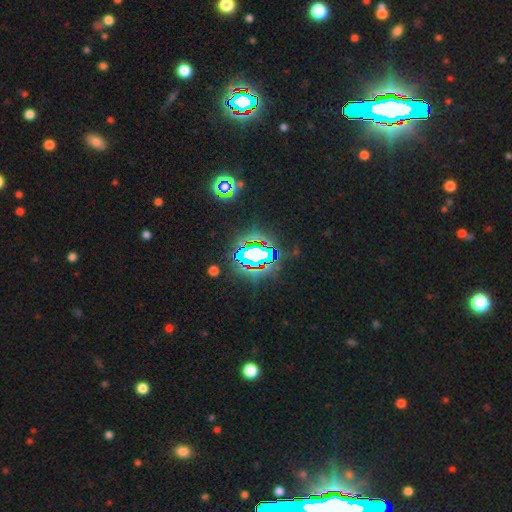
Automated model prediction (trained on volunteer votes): smooth_or_featured: star or artifact (p=0.78) [alt: smooth p=0.12]